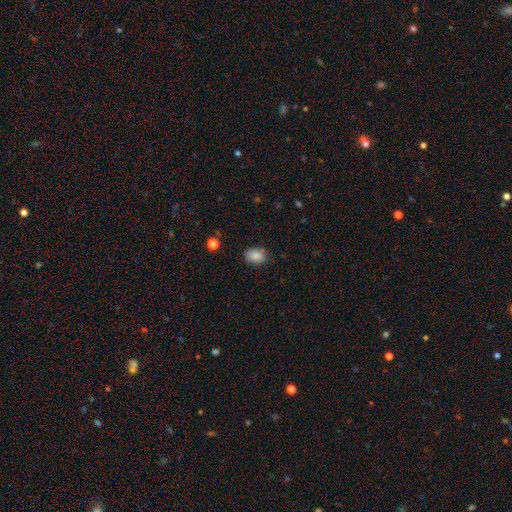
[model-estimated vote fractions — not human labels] Morphology: type=smooth (87%); roundness=in between (76%); merging=none (83%).